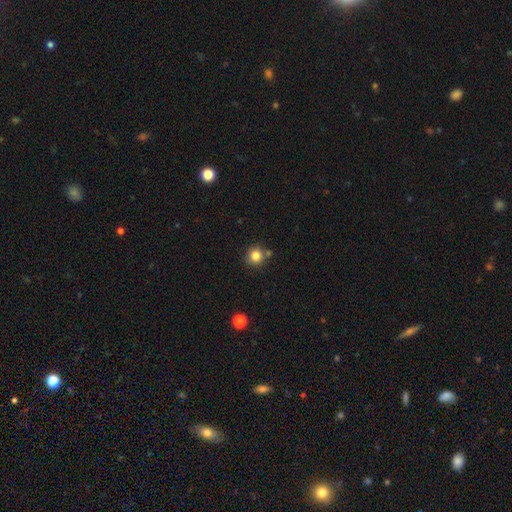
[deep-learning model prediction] Smooth or featured?
  - smooth: 83% *
  - star or artifact: 11%
  - featured or disk: 6%
How rounded?
  - round: 92% *
  - in between: 7%
  - cigar-shaped: 1%
Merging?
  - none: 75% *
  - merger: 12%
  - minor disturbance: 11%
  - major disturbance: 3%